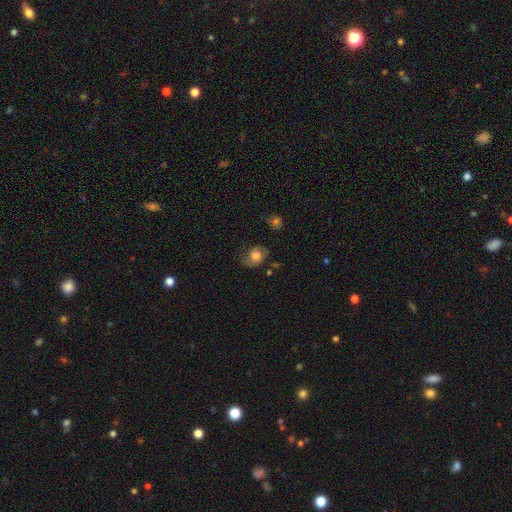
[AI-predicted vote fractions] Smooth or featured? smooth (55%)
How rounded? round (60%)
Merging? none (57%)